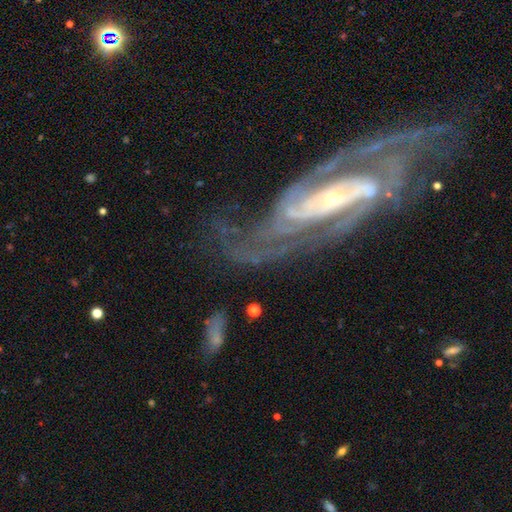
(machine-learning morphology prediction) Smooth or featured? featured or disk (91%)
Edge-on disk? no (94%)
Bar? strong (47%)
Spiral arms? yes (98%)
Spiral winding? medium (45%)
Spiral arm count? 2 (61%)
Bulge size? small (72%)
Merging? none (67%)